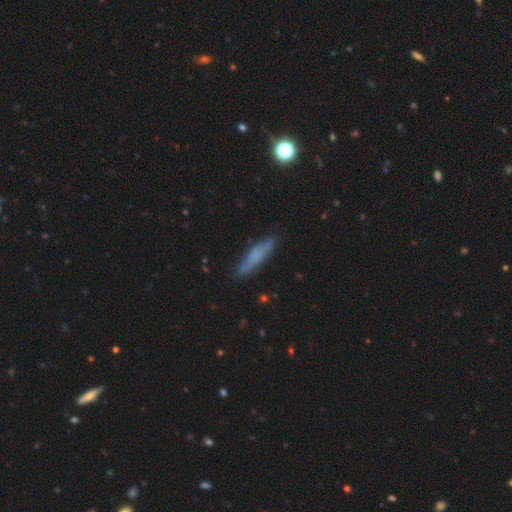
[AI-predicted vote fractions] Morphology: type=smooth (61%); roundness=cigar-shaped (84%); merging=none (81%).